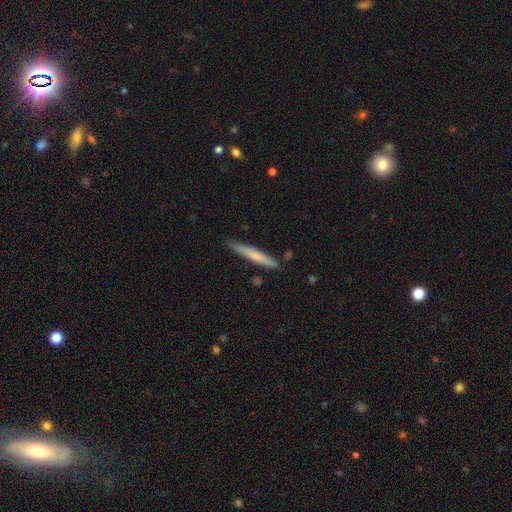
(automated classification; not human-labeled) Smooth or featured? Predicted: smooth (p=0.66). How rounded? Predicted: cigar-shaped (p=0.95). Merging? Predicted: none (p=0.86).